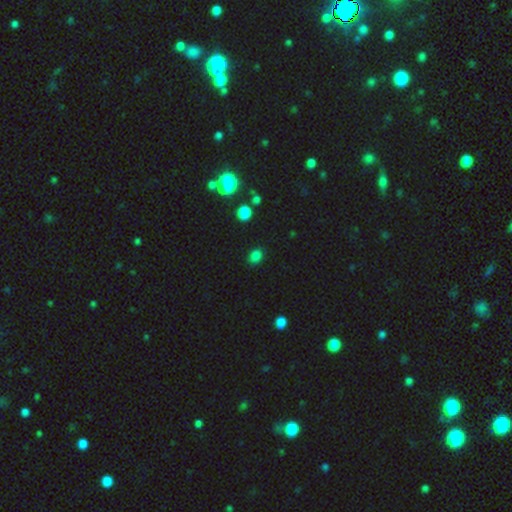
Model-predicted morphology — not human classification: This appears to be a smooth galaxy with no disk features (79%) that is in between round and cigar-shaped (51%). Merging: none (85%).